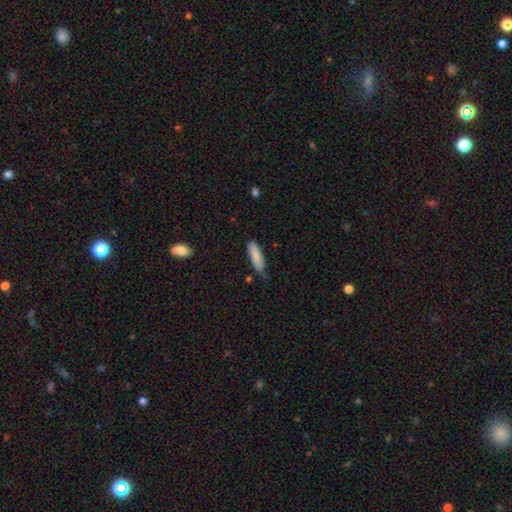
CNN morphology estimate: This appears to be a smooth galaxy with no disk features (85%) that is cigar-shaped (54%). Merging: none (57%).